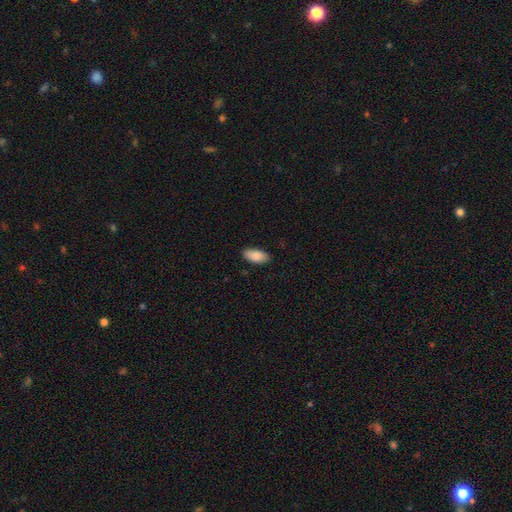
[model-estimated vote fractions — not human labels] smooth_or_featured: smooth (p=0.88) [alt: featured or disk p=0.06]
how_rounded: in between (p=0.91) [alt: cigar-shaped p=0.07]
merging: none (p=0.88) [alt: minor disturbance p=0.09]